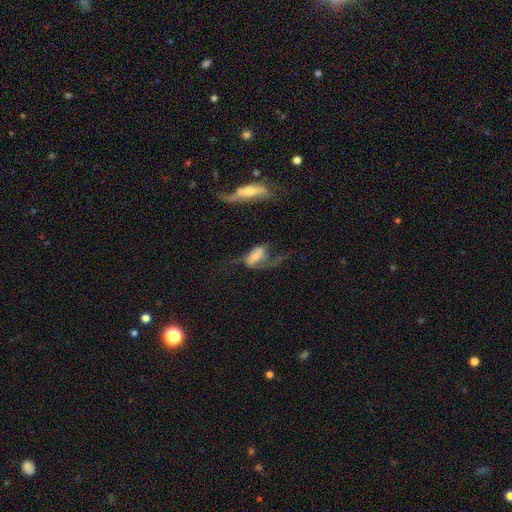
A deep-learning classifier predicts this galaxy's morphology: Smooth or featured?
  - featured or disk: 58% *
  - smooth: 33%
  - star or artifact: 9%
Edge-on disk?
  - no: 90% *
  - yes: 10%
Bar?
  - no: 47% *
  - weak: 31%
  - strong: 22%
Spiral arms?
  - yes: 72% *
  - no: 28%
Bulge size?
  - small: 42% *
  - moderate: 29%
  - none: 15%
  - large: 11%
  - dominant: 4%
Merging?
  - major disturbance: 43% *
  - none: 23%
  - merger: 20%
  - minor disturbance: 14%